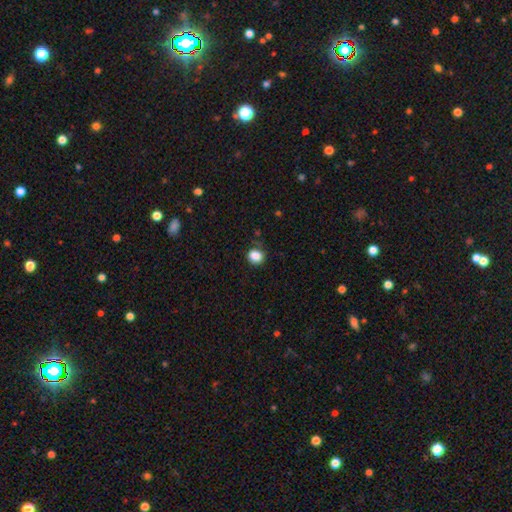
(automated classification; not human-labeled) smooth_or_featured: smooth (p=0.86) [alt: star or artifact p=0.10]
how_rounded: round (p=0.78) [alt: in between p=0.21]
merging: none (p=0.80) [alt: minor disturbance p=0.15]